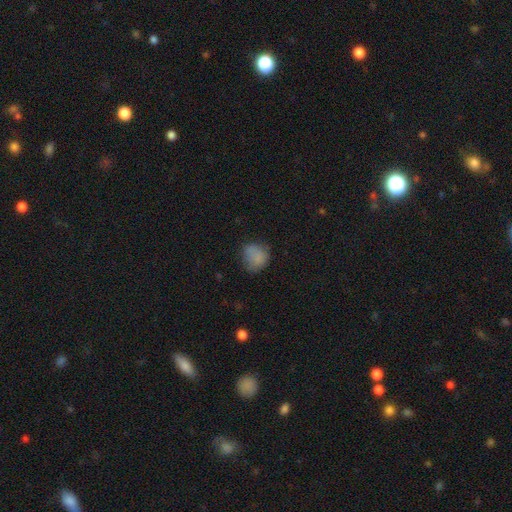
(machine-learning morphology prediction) Q: Smooth or featured?
A: smooth (80%); runner-up: star or artifact (11%)
Q: How rounded?
A: round (74%); runner-up: in between (25%)
Q: Merging?
A: none (61%); runner-up: minor disturbance (27%)